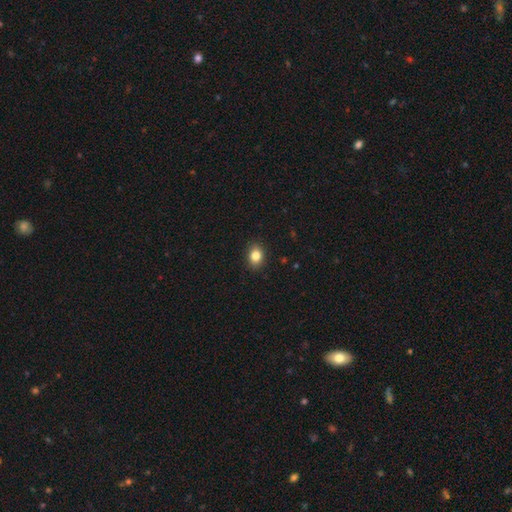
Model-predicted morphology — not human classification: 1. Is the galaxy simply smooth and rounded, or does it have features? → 84% smooth, 10% star or artifact, 6% featured or disk.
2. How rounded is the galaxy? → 60% in between, 39% round, 1% cigar-shaped.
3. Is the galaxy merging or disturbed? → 90% none, 8% minor disturbance, 2% major disturbance, 1% merger.